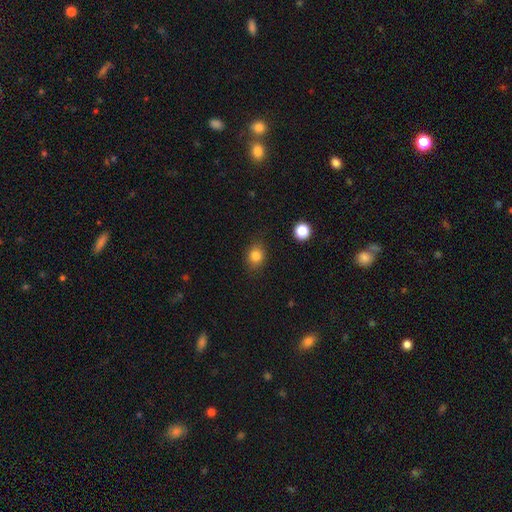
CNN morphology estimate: Smooth or featured: smooth — 82% (star or artifact — 12%)
How rounded: round — 57% (in between — 41%)
Merging: none — 83% (minor disturbance — 12%)